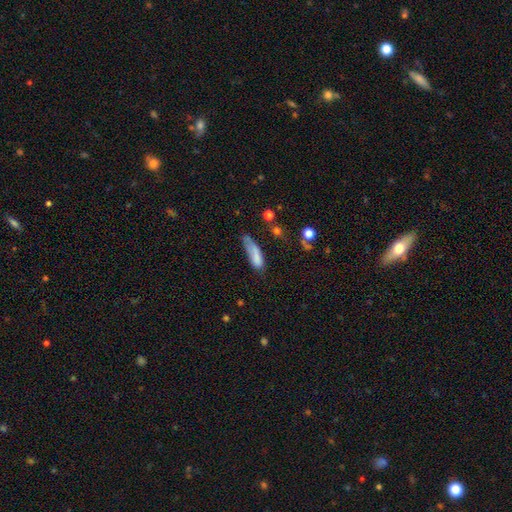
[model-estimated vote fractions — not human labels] Overall: smooth (76%). How rounded: cigar-shaped (49%, tied with in between). Merging: minor disturbance (36%; none 31%).